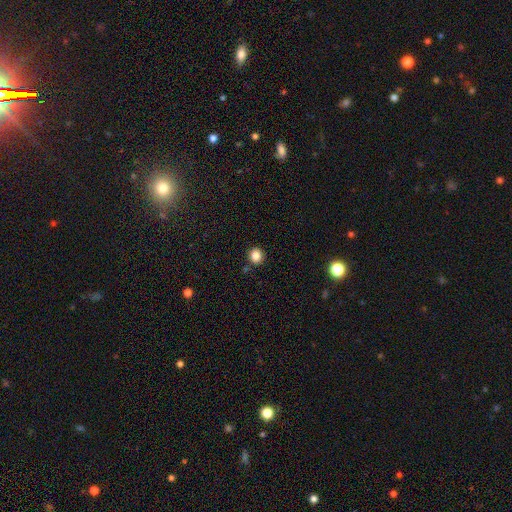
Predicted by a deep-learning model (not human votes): A smooth galaxy with no disk features (84%) that is round (85%).

Vote fractions:
- Smooth or featured? smooth: 84% / star or artifact: 11% / featured or disk: 4%
- How rounded? round: 85% / in between: 15% / cigar-shaped: 1%
- Merging? none: 88% / minor disturbance: 7% / merger: 3% / major disturbance: 2%